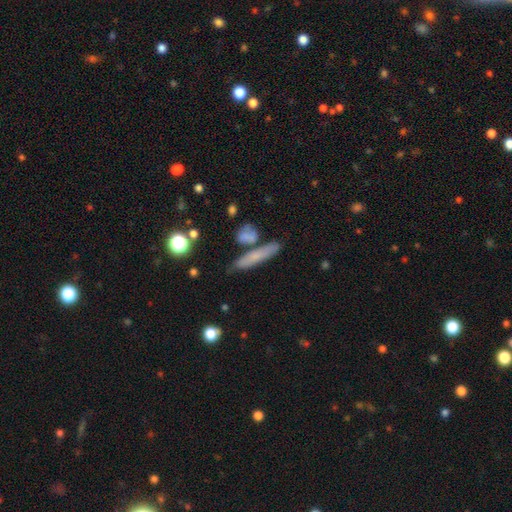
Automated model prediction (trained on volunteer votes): Smooth or featured? smooth (65%)
How rounded? cigar-shaped (83%)
Merging? none (71%)